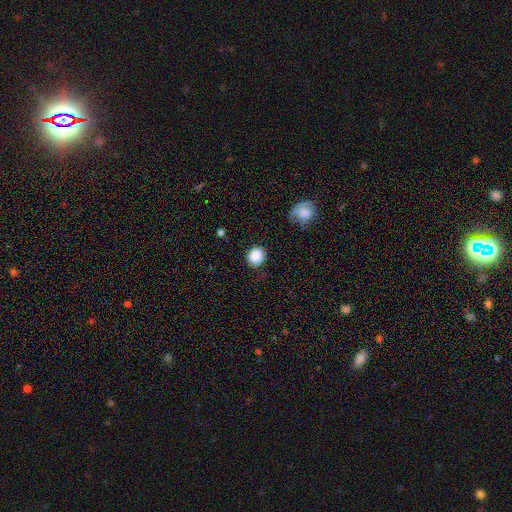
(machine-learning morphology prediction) Q: Smooth or featured?
A: smooth (86%); runner-up: star or artifact (8%)
Q: How rounded?
A: round (76%); runner-up: in between (23%)
Q: Merging?
A: none (78%); runner-up: minor disturbance (16%)